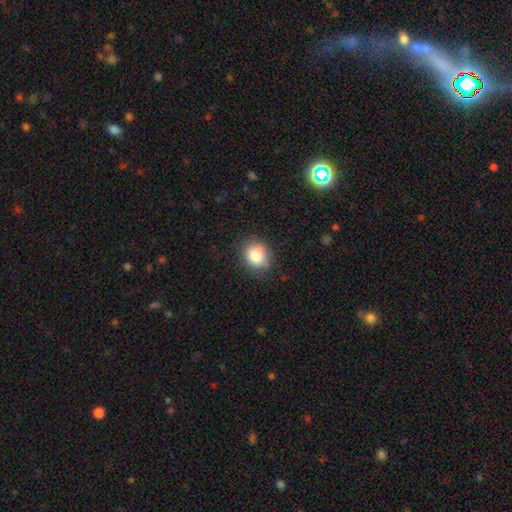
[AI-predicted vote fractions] Smooth or featured?
  - smooth: 84% *
  - star or artifact: 9%
  - featured or disk: 7%
How rounded?
  - round: 61% *
  - in between: 38%
  - cigar-shaped: 1%
Merging?
  - none: 83% *
  - minor disturbance: 13%
  - major disturbance: 3%
  - merger: 1%